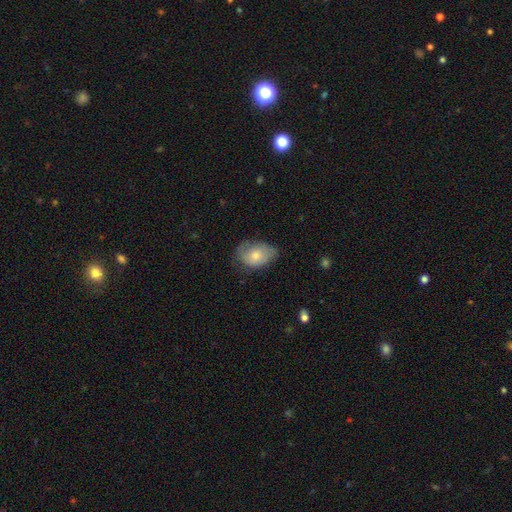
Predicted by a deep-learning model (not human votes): Smooth or featured?
  - smooth: 70% *
  - featured or disk: 23%
  - star or artifact: 7%
How rounded?
  - in between: 80% *
  - round: 19%
  - cigar-shaped: 1%
Merging?
  - none: 53% *
  - minor disturbance: 34%
  - major disturbance: 11%
  - merger: 1%